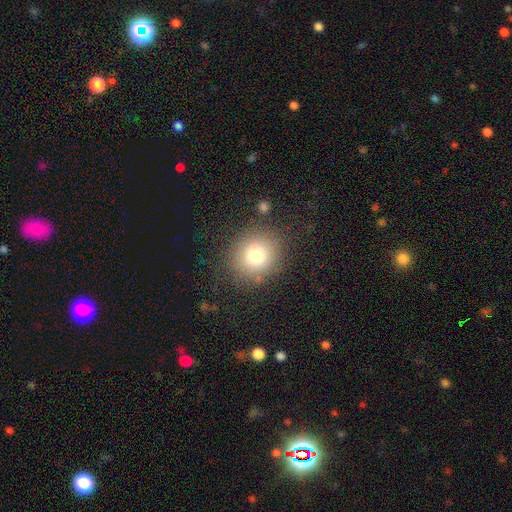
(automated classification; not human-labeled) Overall: smooth (75%). How rounded: round (88%). Merging: none (82%).